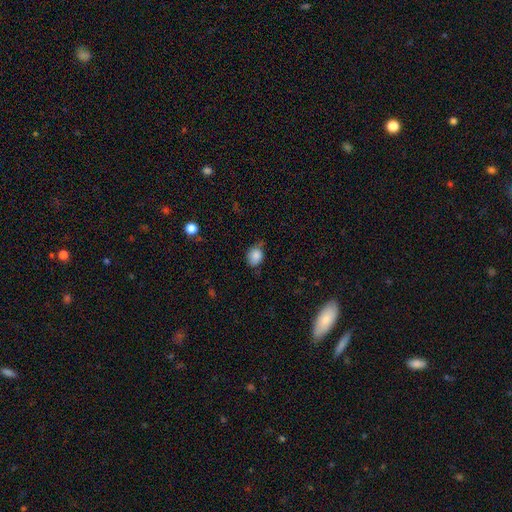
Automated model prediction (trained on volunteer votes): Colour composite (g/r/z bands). It shows a smooth galaxy with no disk features (85%) that is in between round and cigar-shaped (55%). Merging: none (55%).